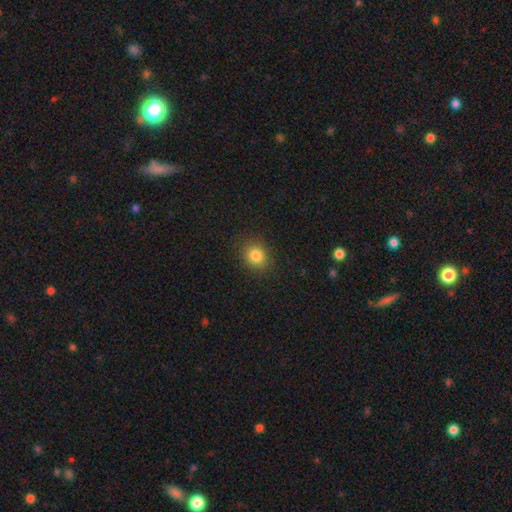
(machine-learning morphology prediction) Smooth or featured? smooth (83%)
How rounded? round (71%)
Merging? none (87%)